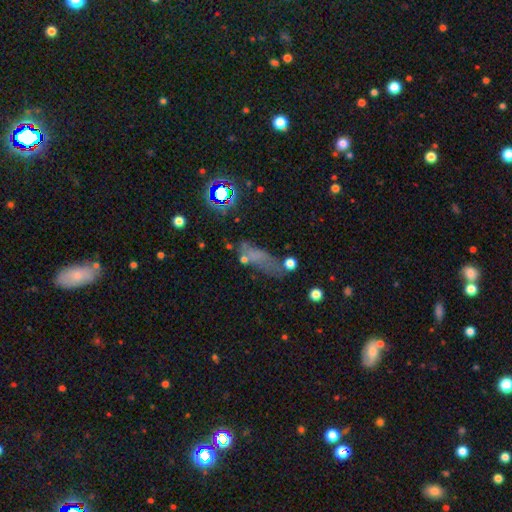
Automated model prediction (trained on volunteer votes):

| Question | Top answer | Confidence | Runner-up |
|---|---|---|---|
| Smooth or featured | smooth | 53% | star or artifact (25%) |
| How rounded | in between | 50% | cigar-shaped (43%) |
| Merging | none | 49% | minor disturbance (24%) |